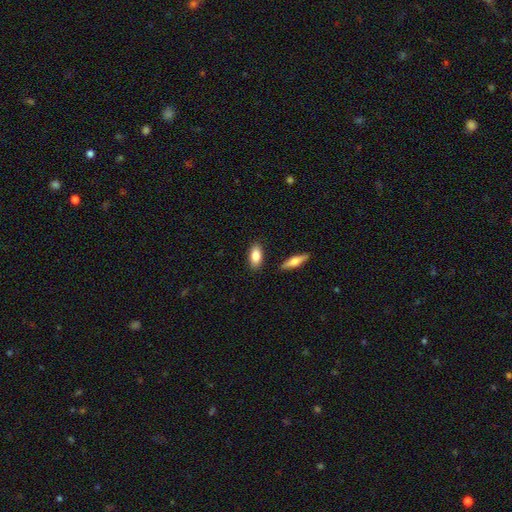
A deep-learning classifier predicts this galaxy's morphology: smooth-or-featured: smooth: 84% | featured or disk: 10% | star or artifact: 6%
  how-rounded: in between: 88% | cigar-shaped: 9% | round: 4%
  merging: none: 85% | minor disturbance: 9% | merger: 3% | major disturbance: 2%